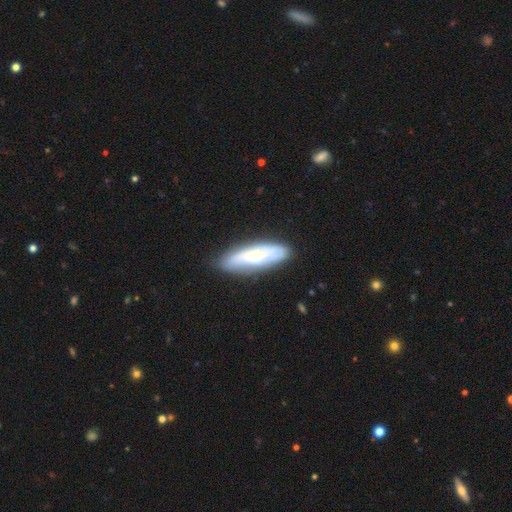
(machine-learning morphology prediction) smooth-or-featured: smooth: 54% | featured or disk: 39% | star or artifact: 7%
  how-rounded: cigar-shaped: 52% | in between: 46% | round: 2%
  merging: none: 82% | minor disturbance: 14% | major disturbance: 3% | merger: 2%